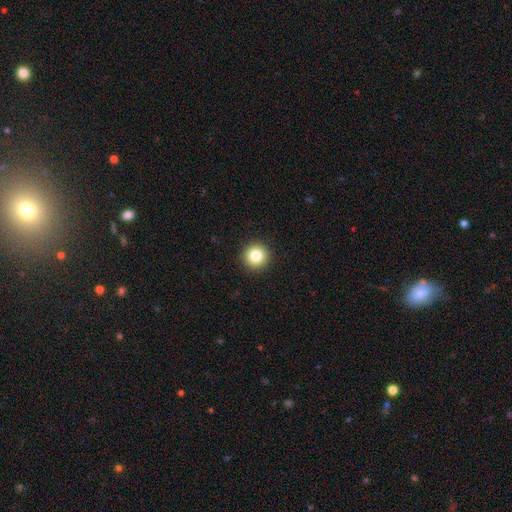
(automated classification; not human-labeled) A smooth galaxy with no disk features (83%) that is round (96%).

Vote fractions:
- Smooth or featured? smooth: 83% / star or artifact: 11% / featured or disk: 7%
- How rounded? round: 96% / in between: 3% / cigar-shaped: 1%
- Merging? none: 93% / minor disturbance: 4% / major disturbance: 2% / merger: 1%